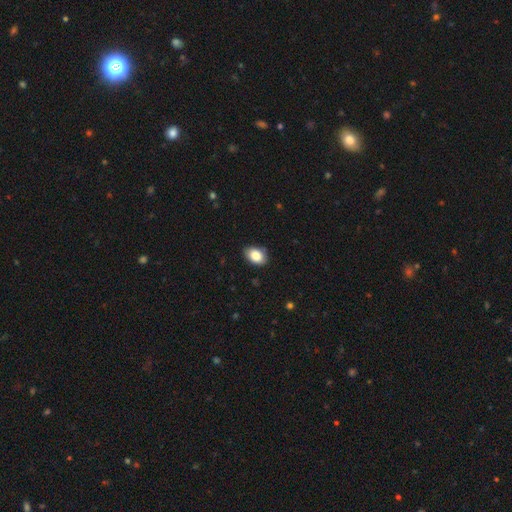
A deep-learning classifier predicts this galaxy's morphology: A smooth galaxy with no disk features (86%) that is in between round and cigar-shaped (84%).

Vote fractions:
- Smooth or featured? smooth: 86% / star or artifact: 7% / featured or disk: 6%
- How rounded? in between: 84% / round: 15% / cigar-shaped: 1%
- Merging? none: 83% / minor disturbance: 14% / major disturbance: 2% / merger: 1%